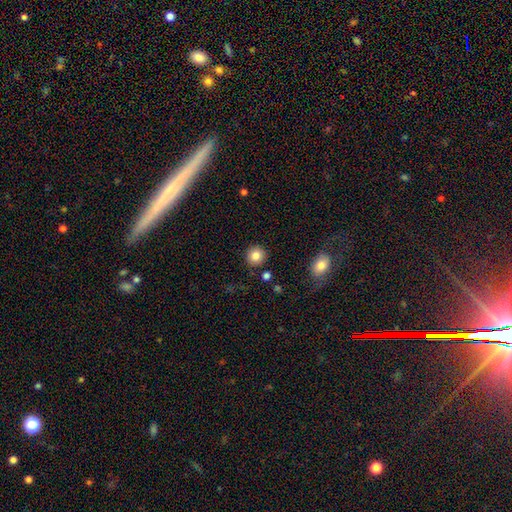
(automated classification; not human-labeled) Q: Smooth or featured?
A: smooth (85%); runner-up: star or artifact (10%)
Q: How rounded?
A: round (92%); runner-up: in between (7%)
Q: Merging?
A: none (89%); runner-up: minor disturbance (6%)